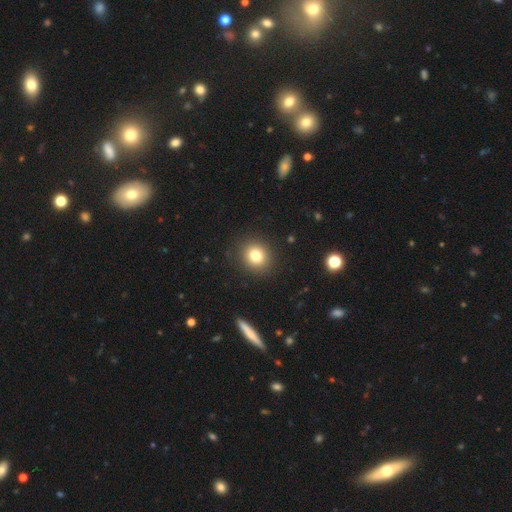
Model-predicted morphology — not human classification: This appears to be a smooth galaxy with no disk features (79%) that is round (84%). Merging: none (89%).